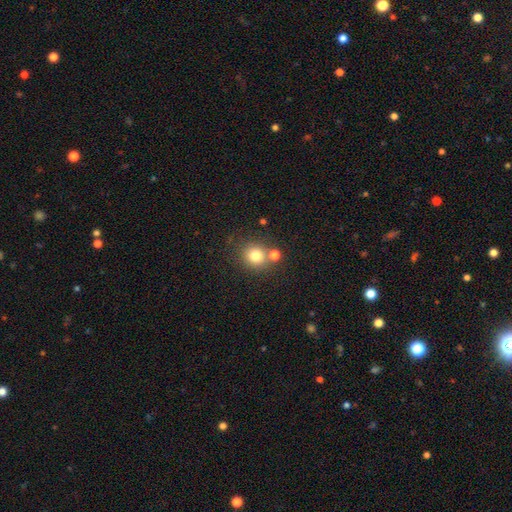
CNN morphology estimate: A smooth galaxy with no disk features (78%) that is round (88%). Merging: none (68%).